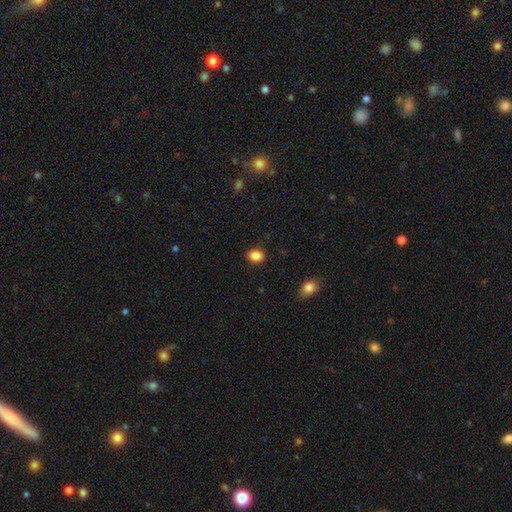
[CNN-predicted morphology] Smooth or featured? smooth (87%)
How rounded? in between (55%)
Merging? none (87%)